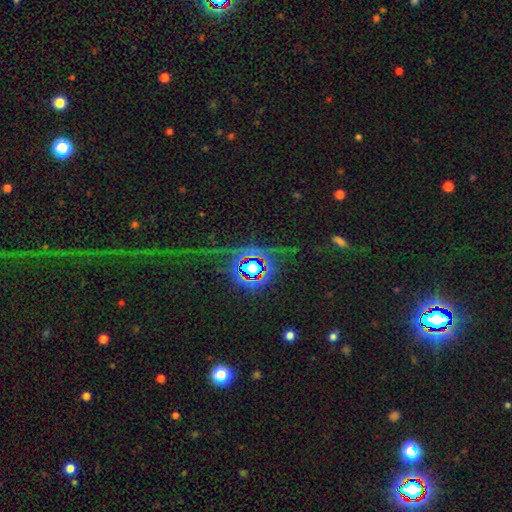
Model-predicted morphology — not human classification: Smooth or featured?
  - star or artifact: 79% *
  - smooth: 12%
  - featured or disk: 10%